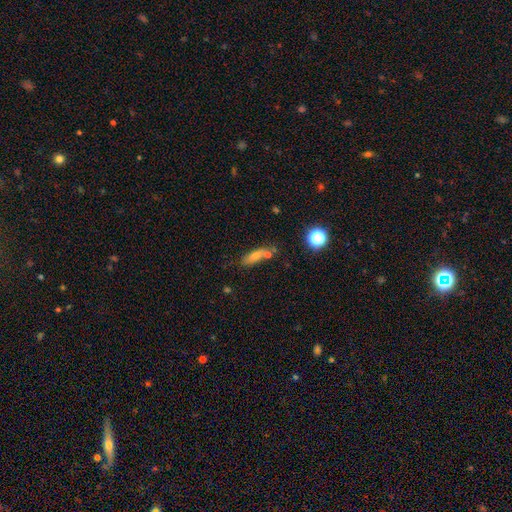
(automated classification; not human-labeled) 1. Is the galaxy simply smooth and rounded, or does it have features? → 72% smooth, 16% featured or disk, 12% star or artifact.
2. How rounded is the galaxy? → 51% in between, 43% cigar-shaped, 5% round.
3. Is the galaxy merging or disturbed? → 59% none, 19% merger, 16% minor disturbance, 6% major disturbance.